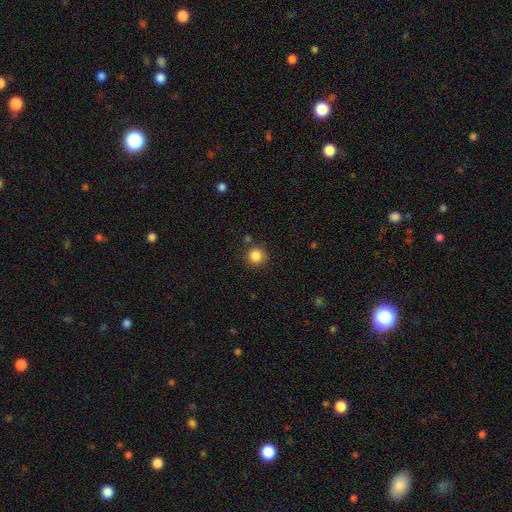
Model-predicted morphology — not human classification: A smooth galaxy with no disk features (85%) that is round (93%).

Vote fractions:
- Smooth or featured? smooth: 85% / star or artifact: 11% / featured or disk: 4%
- How rounded? round: 93% / in between: 7% / cigar-shaped: 1%
- Merging? none: 82% / minor disturbance: 11% / merger: 5% / major disturbance: 3%